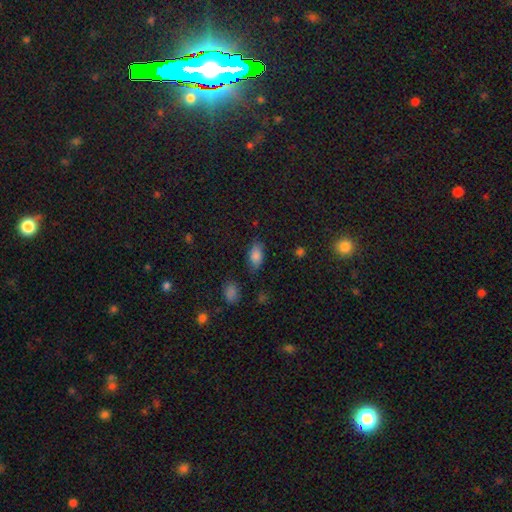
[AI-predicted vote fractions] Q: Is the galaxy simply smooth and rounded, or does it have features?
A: smooth — 82%.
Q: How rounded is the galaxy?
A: in between — 90%.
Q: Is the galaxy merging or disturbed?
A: none — 77%.